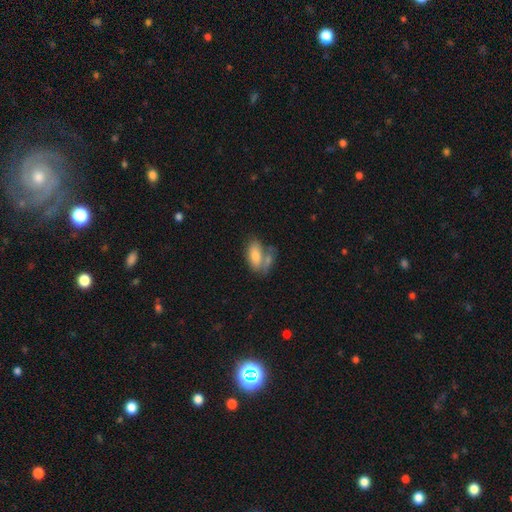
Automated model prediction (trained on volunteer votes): Q: Smooth or featured?
A: smooth (76%); runner-up: featured or disk (17%)
Q: How rounded?
A: in between (89%); runner-up: cigar-shaped (7%)
Q: Merging?
A: merger (40%); runner-up: none (35%)